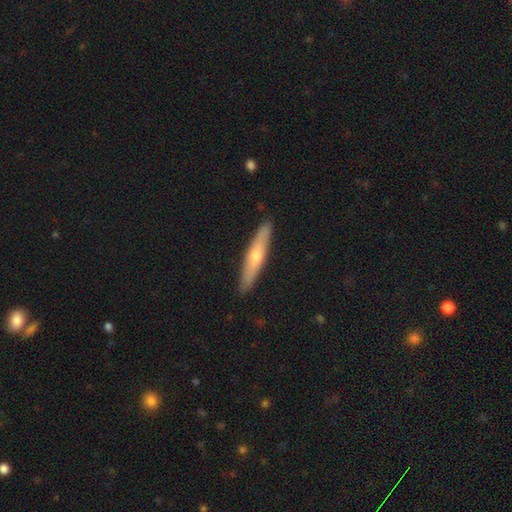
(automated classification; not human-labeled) A featured or disk galaxy (51%) viewed edge-on (87%). Merging: none (91%).